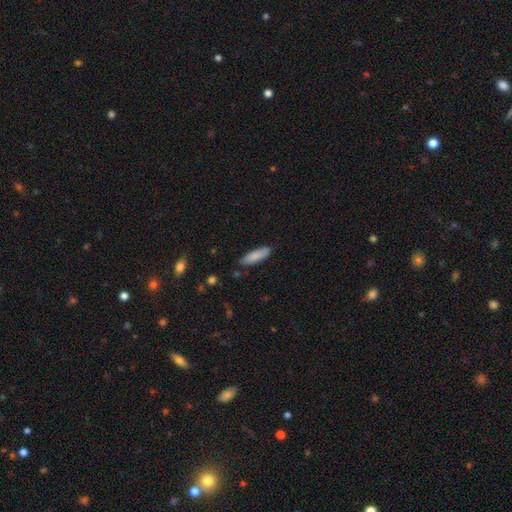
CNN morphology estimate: This is clearly a smooth galaxy (84%). How rounded: possibly cigar-shaped (53%). Merging: likely none (80%).